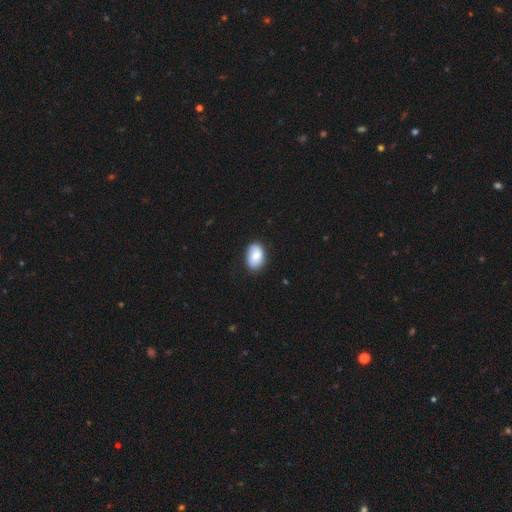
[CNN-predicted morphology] The model was most divided on "merging": none: 82%, minor disturbance: 14%, major disturbance: 3%, merger: 1%. More confident: how rounded — in between (87%); smooth or featured — smooth (82%).